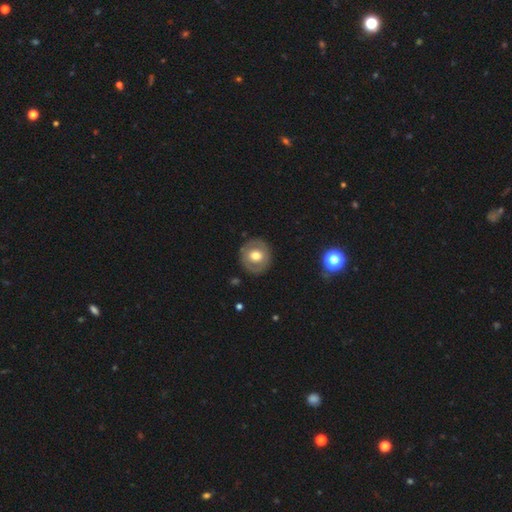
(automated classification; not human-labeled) Overall: smooth (57%; featured or disk 36%). How rounded: round (89%). Merging: none (87%).